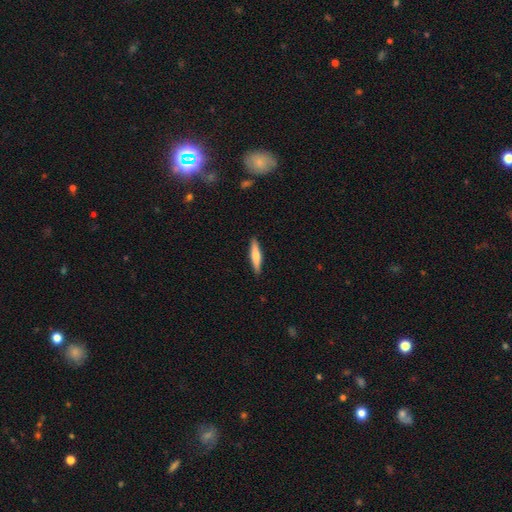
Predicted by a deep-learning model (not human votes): Smooth or featured? Predicted: smooth (p=0.63). How rounded? Predicted: cigar-shaped (p=0.88). Merging? Predicted: none (p=0.90).